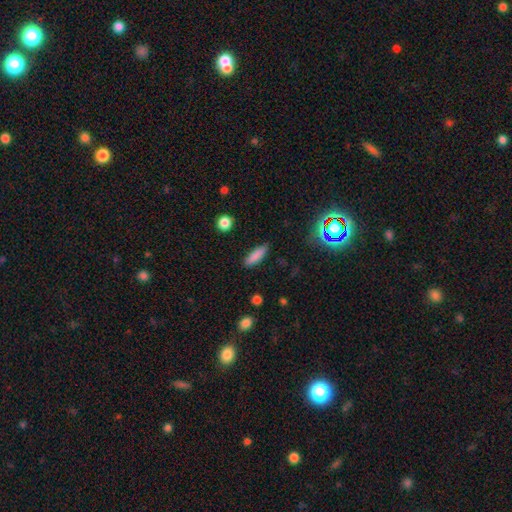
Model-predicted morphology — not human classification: The model was most divided on "how rounded": cigar-shaped: 57%, in between: 41%, round: 2%. More confident: merging — none (87%); smooth or featured — smooth (83%).